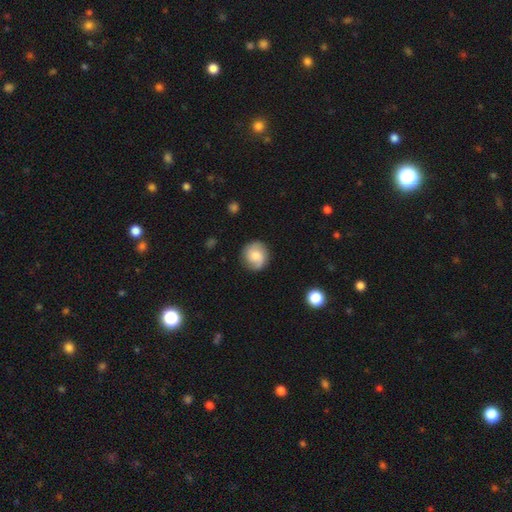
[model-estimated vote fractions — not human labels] Smooth or featured: smooth — 50% (featured or disk — 42%)
How rounded: round — 88% (in between — 11%)
Merging: none — 82% (minor disturbance — 13%)